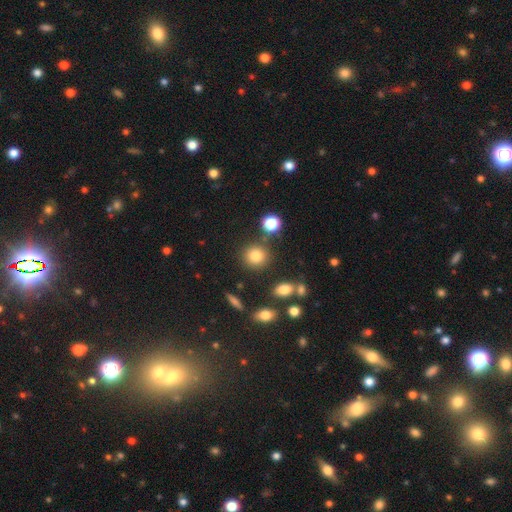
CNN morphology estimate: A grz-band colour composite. It shows a smooth galaxy with no disk features (80%) that is round (86%). Merging: none (81%).